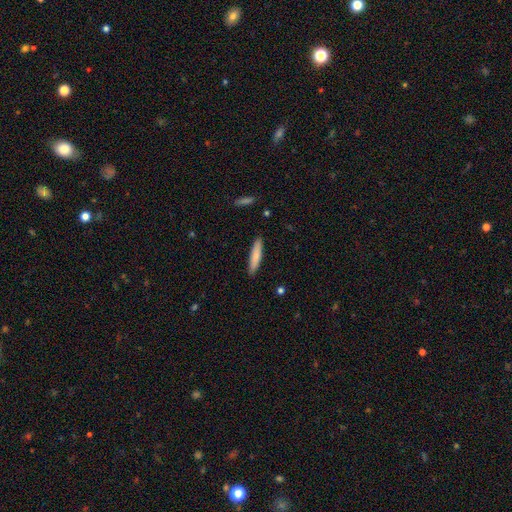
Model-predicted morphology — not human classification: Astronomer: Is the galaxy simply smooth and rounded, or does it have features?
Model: smooth — 81%.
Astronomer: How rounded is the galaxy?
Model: cigar-shaped — 87%.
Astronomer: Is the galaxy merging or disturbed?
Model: none — 90%.